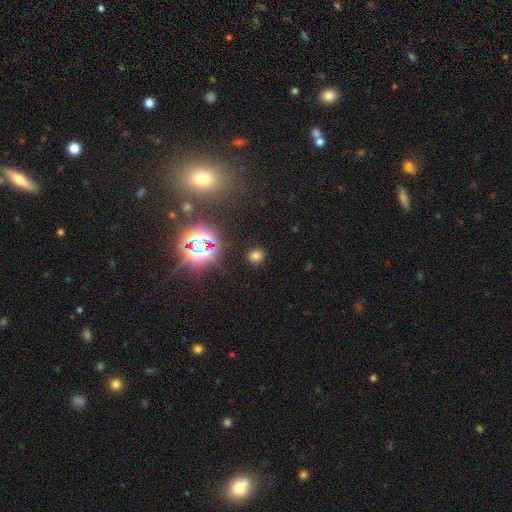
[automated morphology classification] smooth_or_featured: smooth (p=0.65) [alt: star or artifact p=0.29]
how_rounded: round (p=0.82) [alt: in between p=0.17]
merging: none (p=0.89) [alt: minor disturbance p=0.07]